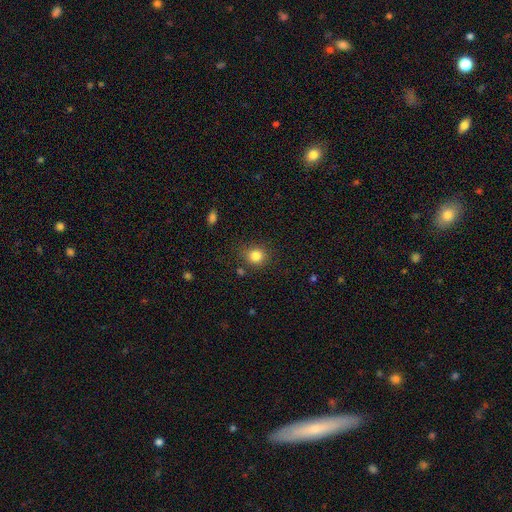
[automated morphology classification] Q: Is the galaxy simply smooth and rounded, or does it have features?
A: smooth — 83%.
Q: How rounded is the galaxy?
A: round — 82%.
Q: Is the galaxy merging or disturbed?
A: none — 84%.